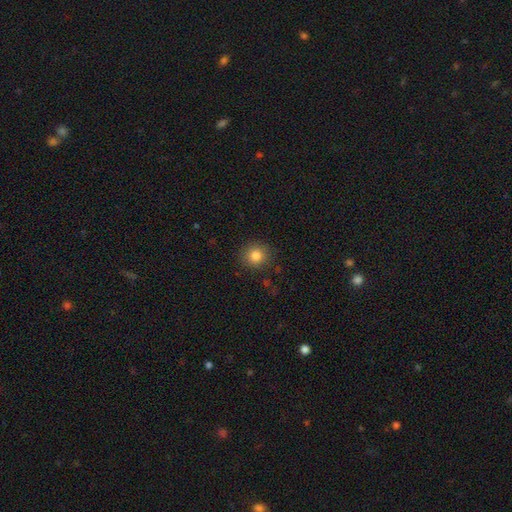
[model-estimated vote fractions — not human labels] This appears to be a smooth galaxy with no disk features (83%) that is round (89%). Merging: none (88%).